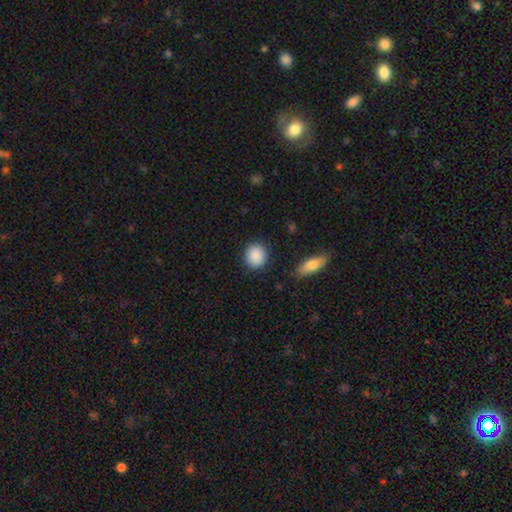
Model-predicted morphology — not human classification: A smooth galaxy with no disk features (90%) that is round (80%).

Vote fractions:
- Smooth or featured? smooth: 90% / star or artifact: 6% / featured or disk: 4%
- How rounded? round: 80% / in between: 18% / cigar-shaped: 1%
- Merging? none: 88% / minor disturbance: 8% / major disturbance: 3% / merger: 2%